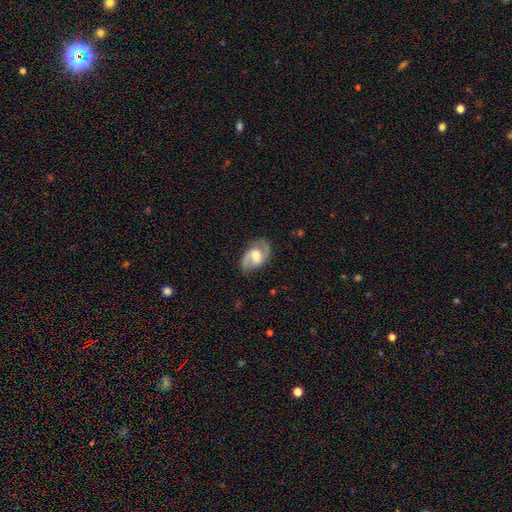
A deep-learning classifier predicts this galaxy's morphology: A featured or disk galaxy (78%) with a weak bar (47%), 2 (89%) medium (53%) spiral arms (93%) and a moderate central bulge (63%).

Vote fractions:
- Smooth or featured? featured or disk: 78% / smooth: 16% / star or artifact: 6%
- Edge-on disk? no: 97% / yes: 3%
- Bar? weak: 47% / no: 40% / strong: 13%
- Spiral arms? yes: 93% / no: 7%
- Spiral winding? medium: 53% / loose: 27% / tight: 21%
- Spiral arm count? 2: 89% / can't tell: 5% / 1: 3% / 3: 1% / 4: 1% / more than 4: 1%
- Bulge size? moderate: 63% / small: 18% / large: 15% / none: 3% / dominant: 1%
- Merging? none: 77% / minor disturbance: 16% / major disturbance: 6% / merger: 1%